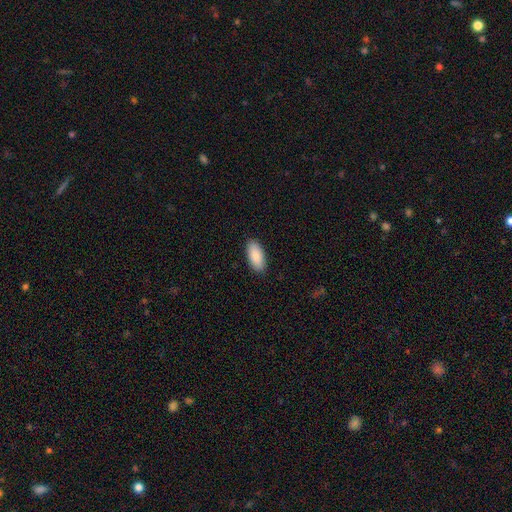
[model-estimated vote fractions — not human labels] Q: Smooth or featured?
A: smooth (89%); runner-up: star or artifact (6%)
Q: How rounded?
A: in between (91%); runner-up: cigar-shaped (7%)
Q: Merging?
A: none (89%); runner-up: minor disturbance (8%)